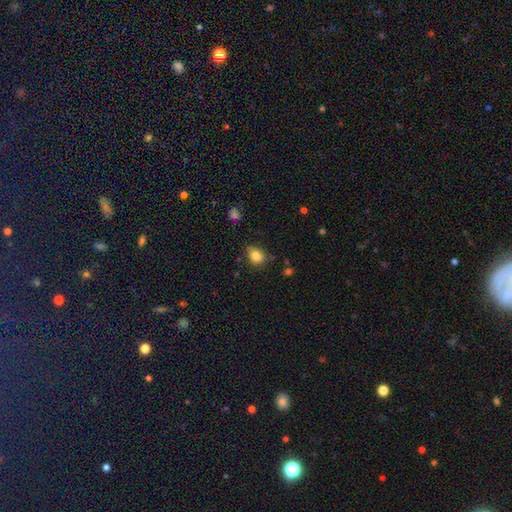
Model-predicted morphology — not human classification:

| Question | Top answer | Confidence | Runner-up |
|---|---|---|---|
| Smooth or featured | smooth | 82% | star or artifact (11%) |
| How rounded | round | 58% | in between (41%) |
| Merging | none | 70% | minor disturbance (22%) |